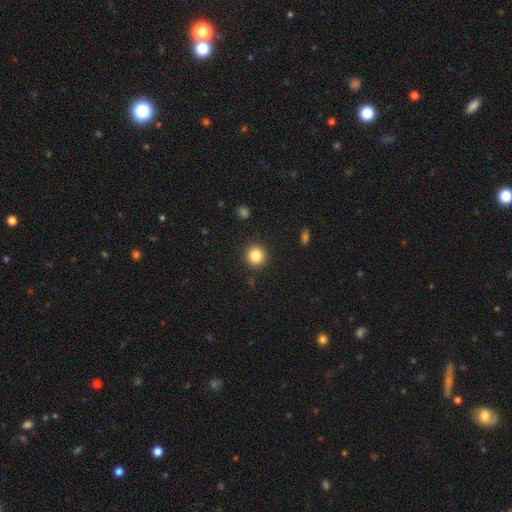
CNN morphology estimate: smooth_or_featured: smooth (p=0.85) [alt: star or artifact p=0.10]
how_rounded: round (p=0.92) [alt: in between p=0.07]
merging: none (p=0.91) [alt: minor disturbance p=0.06]